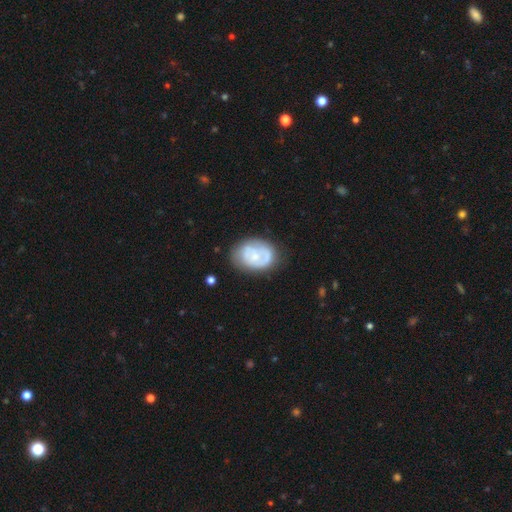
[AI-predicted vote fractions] Morphology: type=featured or disk (55%); edge-on=no (97%); bar=no (80%); spiral arms=yes (59%); bulge=small (56%); merging=none (63%).